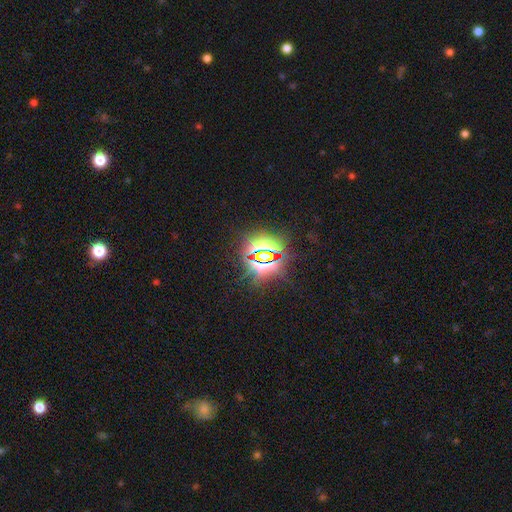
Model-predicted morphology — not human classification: smooth_or_featured: star or artifact (p=0.80) [alt: smooth p=0.12]